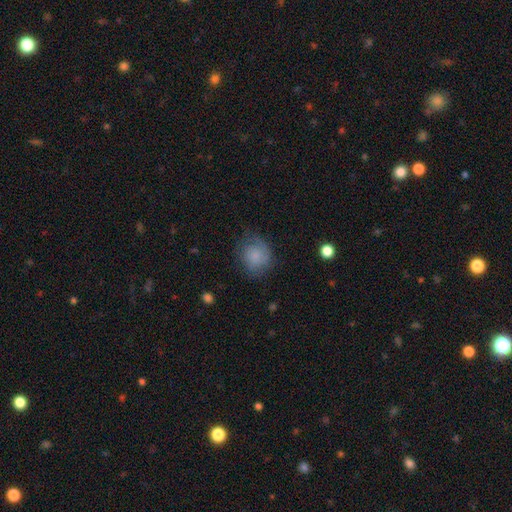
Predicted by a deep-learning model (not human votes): Q: Smooth or featured?
A: smooth (72%); runner-up: featured or disk (20%)
Q: How rounded?
A: round (74%); runner-up: in between (25%)
Q: Merging?
A: none (62%); runner-up: minor disturbance (25%)